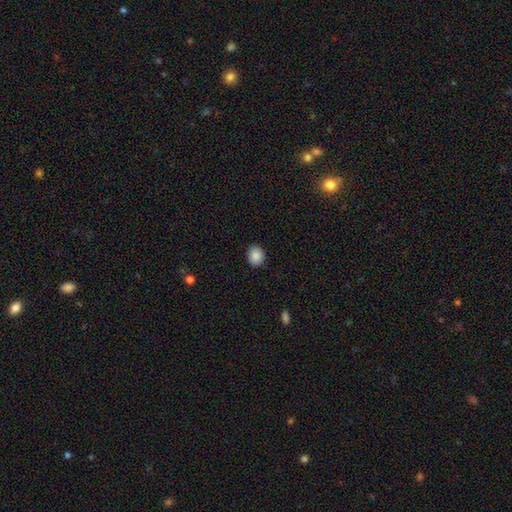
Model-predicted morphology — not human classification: type=smooth (88%); roundness=round (67%); merging=none (88%).